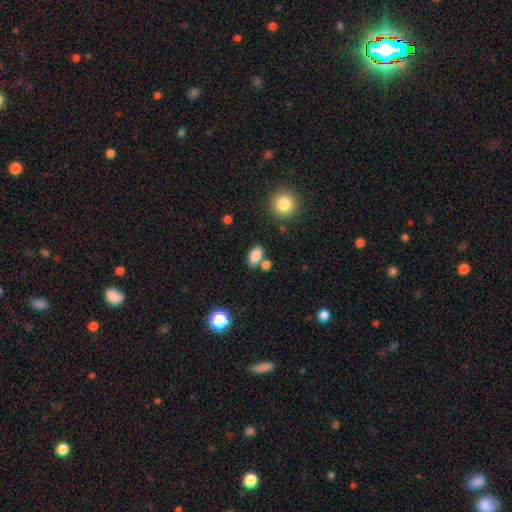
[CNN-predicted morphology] Smooth or featured? Predicted: smooth (p=0.85). How rounded? Predicted: in between (p=0.88). Merging? Predicted: none (p=0.68).